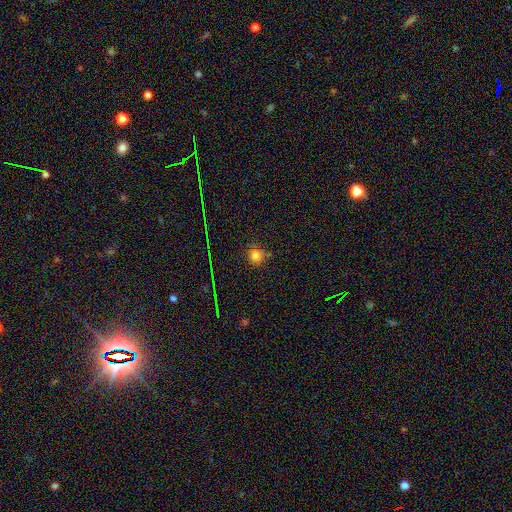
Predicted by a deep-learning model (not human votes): This appears to be a smooth galaxy with no disk features (70%) that is round (87%). Merging: none (69%).